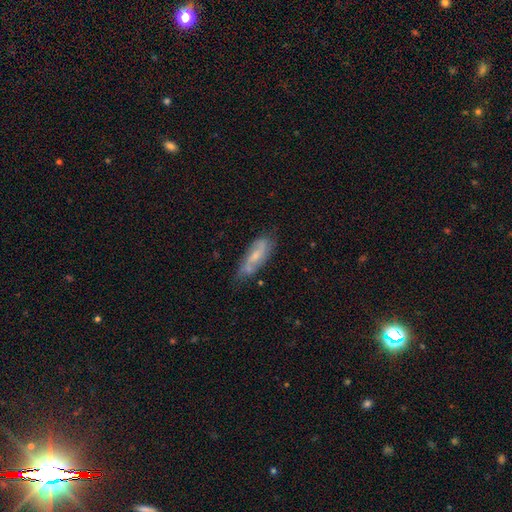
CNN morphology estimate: smooth-or-featured: featured or disk: 59% | smooth: 34% | star or artifact: 8%
  disk-edge-on: no: 83% | yes: 17%
  merging: none: 66% | minor disturbance: 25% | major disturbance: 6% | merger: 3%